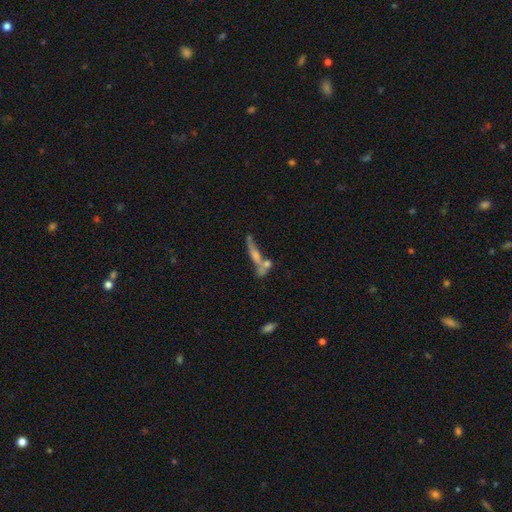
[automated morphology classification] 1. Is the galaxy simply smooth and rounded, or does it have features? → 56% featured or disk, 32% smooth, 12% star or artifact.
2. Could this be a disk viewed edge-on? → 74% yes, 26% no.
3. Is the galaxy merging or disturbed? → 43% none, 35% merger, 13% minor disturbance, 9% major disturbance.